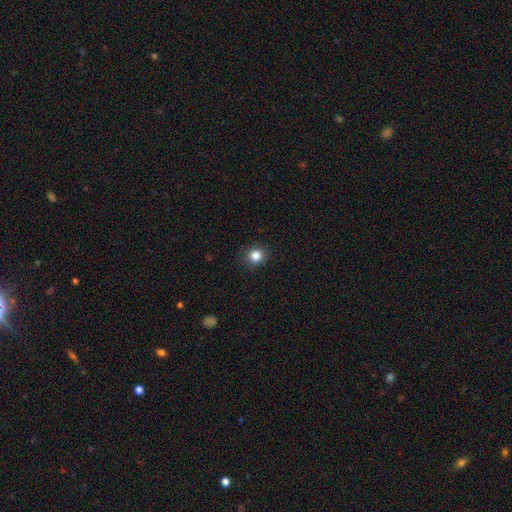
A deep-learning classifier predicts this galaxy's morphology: smooth-or-featured: smooth: 83% | star or artifact: 12% | featured or disk: 5%
  how-rounded: round: 86% | in between: 13% | cigar-shaped: 1%
  merging: none: 89% | minor disturbance: 8% | major disturbance: 2% | merger: 1%